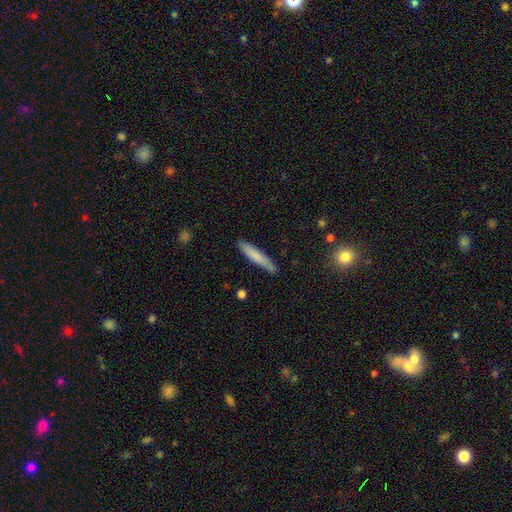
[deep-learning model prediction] Smooth or featured? smooth (74%)
How rounded? cigar-shaped (92%)
Merging? none (85%)